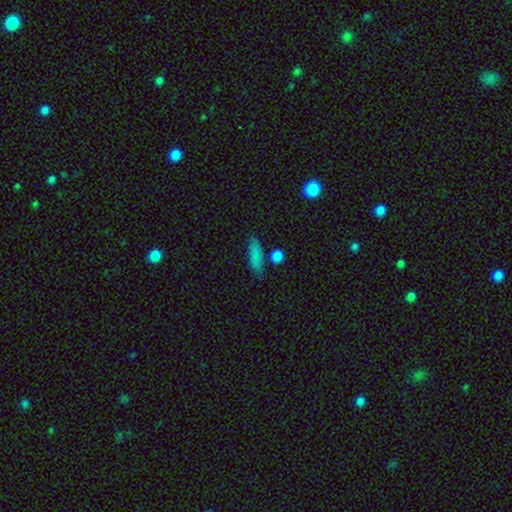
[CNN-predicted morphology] type=smooth (80%); roundness=cigar-shaped (58%); merging=none (76%).